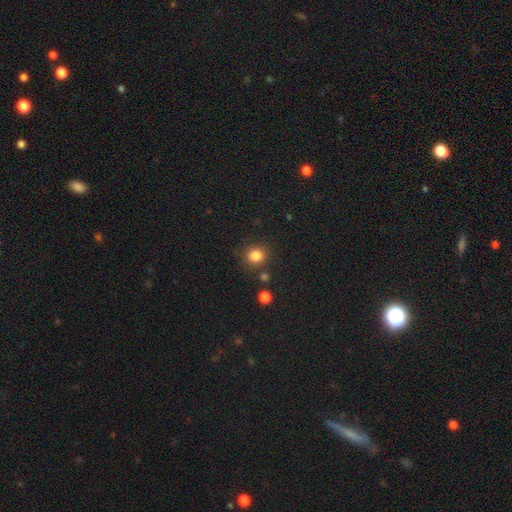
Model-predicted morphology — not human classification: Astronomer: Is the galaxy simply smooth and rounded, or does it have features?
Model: smooth — 83%.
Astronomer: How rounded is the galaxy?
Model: round — 84%.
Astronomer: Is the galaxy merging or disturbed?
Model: none — 82%.